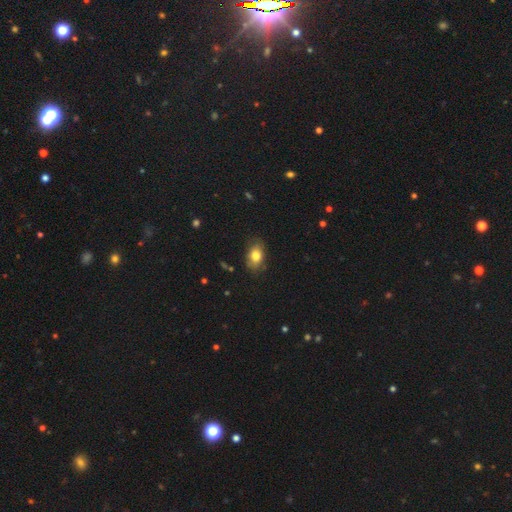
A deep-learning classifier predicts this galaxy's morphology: Smooth or featured?
  - smooth: 80% *
  - featured or disk: 11%
  - star or artifact: 8%
How rounded?
  - in between: 81% *
  - round: 17%
  - cigar-shaped: 2%
Merging?
  - none: 78% *
  - minor disturbance: 17%
  - major disturbance: 4%
  - merger: 1%